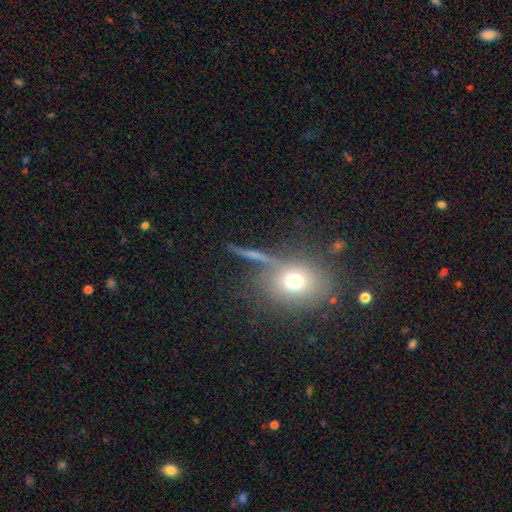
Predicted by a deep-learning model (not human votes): Smooth or featured: smooth — 44% (featured or disk — 36%)
Merging: none — 71% (minor disturbance — 12%)